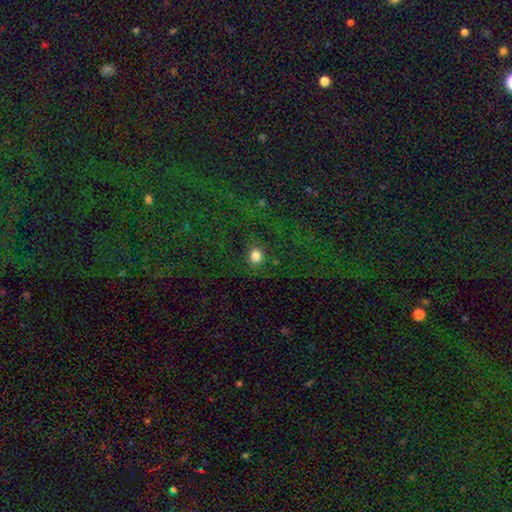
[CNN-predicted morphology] A smooth galaxy with no disk features (81%) that is round (83%). Merging: none (86%).